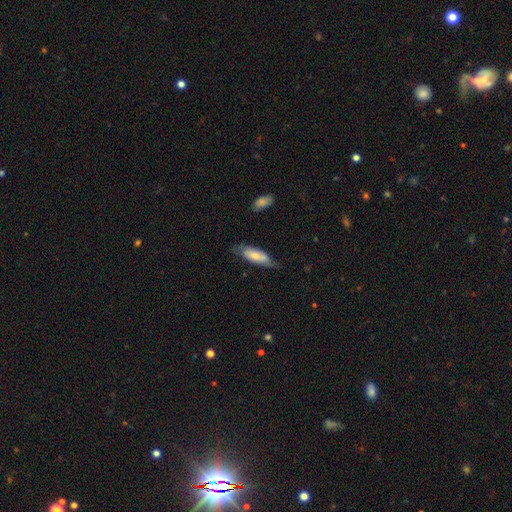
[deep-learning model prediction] Smooth or featured?
  - smooth: 59% *
  - featured or disk: 35%
  - star or artifact: 6%
How rounded?
  - in between: 58% *
  - cigar-shaped: 40%
  - round: 2%
Merging?
  - none: 64% *
  - minor disturbance: 26%
  - major disturbance: 8%
  - merger: 2%